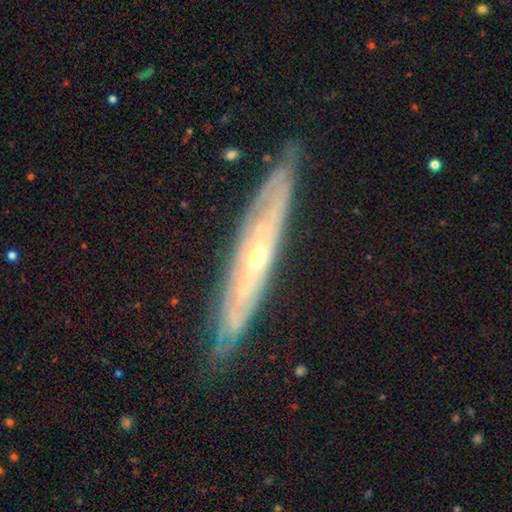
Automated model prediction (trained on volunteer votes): A featured or disk galaxy (80%) viewed edge-on (58%). Merging: none (83%).